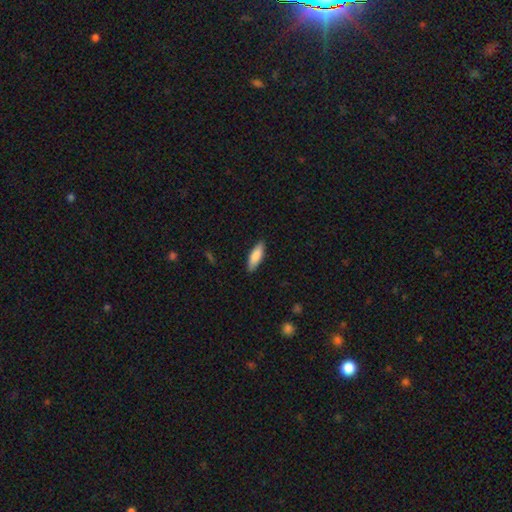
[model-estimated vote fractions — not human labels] This appears to be a smooth galaxy with no disk features (84%) that is in between round and cigar-shaped (57%). Merging: none (87%).